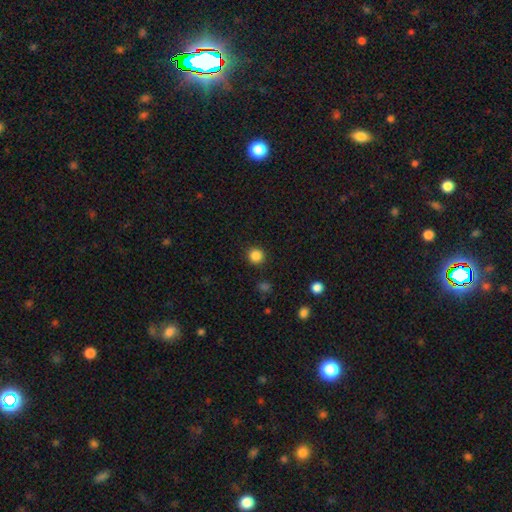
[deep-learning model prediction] Q: Smooth or featured?
A: smooth (85%); runner-up: star or artifact (12%)
Q: How rounded?
A: round (94%); runner-up: in between (5%)
Q: Merging?
A: none (91%); runner-up: minor disturbance (5%)